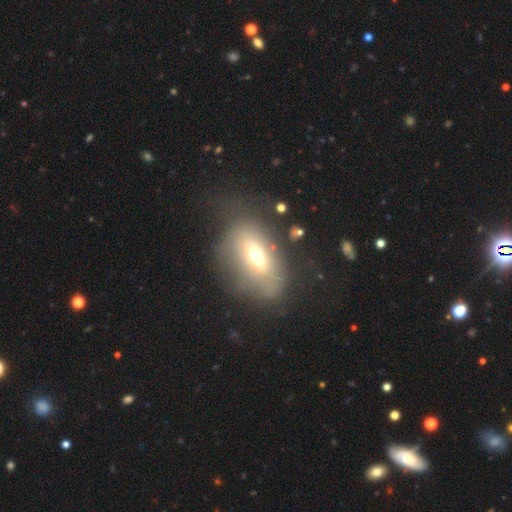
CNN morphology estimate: A smooth galaxy with no disk features (56%) that is in between round and cigar-shaped (83%).

Vote fractions:
- Smooth or featured? smooth: 56% / featured or disk: 32% / star or artifact: 11%
- How rounded? in between: 83% / round: 13% / cigar-shaped: 4%
- Merging? none: 47% / minor disturbance: 26% / major disturbance: 23% / merger: 4%